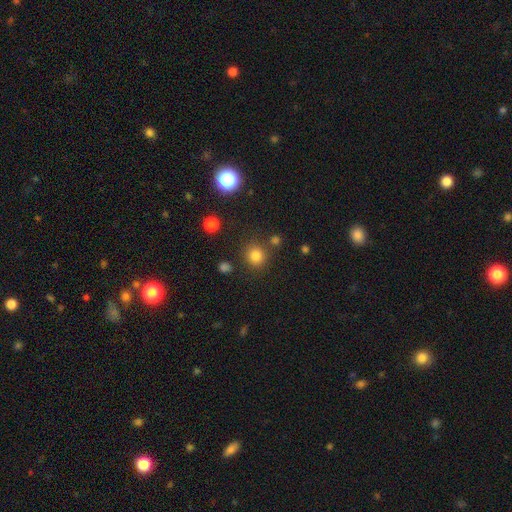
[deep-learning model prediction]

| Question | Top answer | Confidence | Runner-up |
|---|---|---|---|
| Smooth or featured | smooth | 80% | star or artifact (14%) |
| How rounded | round | 89% | in between (10%) |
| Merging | none | 81% | minor disturbance (9%) |